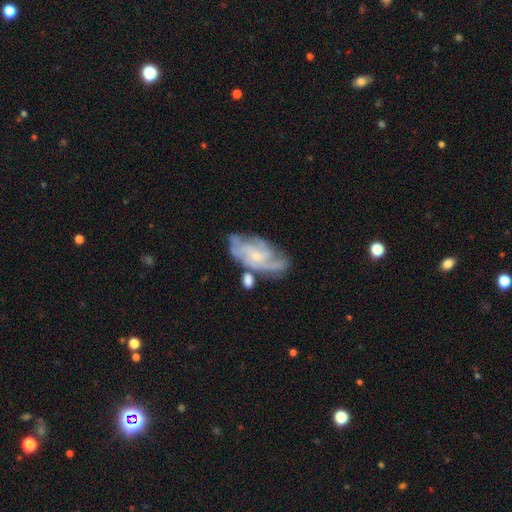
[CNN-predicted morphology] type=featured or disk (82%); edge-on=no (96%); bar=no (66%); spiral arms=yes (94%); winding=tight (43%); arm count=3 (31%); bulge=small (71%); merging=none (58%).